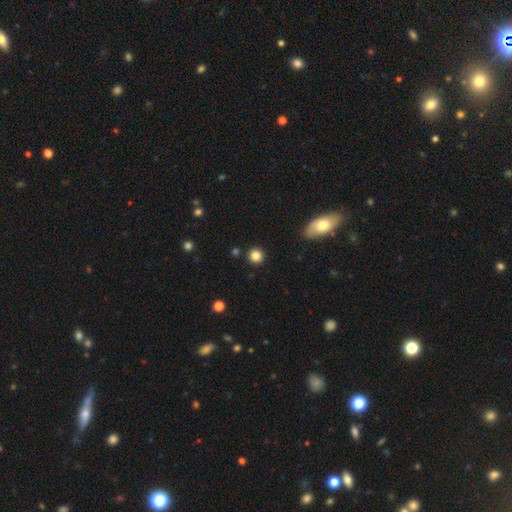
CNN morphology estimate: Smooth or featured?
  - smooth: 84% *
  - star or artifact: 11%
  - featured or disk: 5%
How rounded?
  - round: 93% *
  - in between: 6%
  - cigar-shaped: 1%
Merging?
  - none: 90% *
  - minor disturbance: 6%
  - merger: 2%
  - major disturbance: 2%